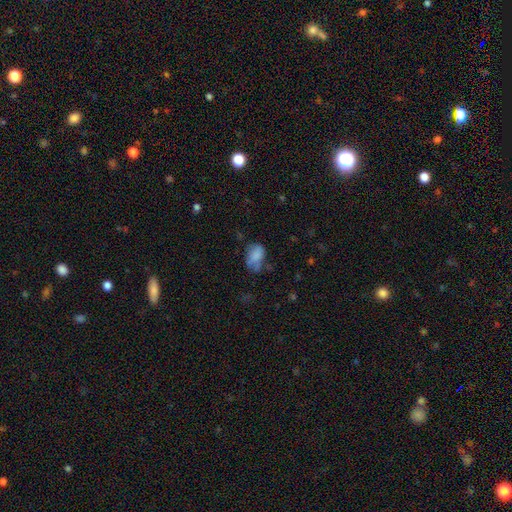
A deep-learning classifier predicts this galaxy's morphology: smooth 74%, featured or disk 15%, star or artifact 11%. Down the decision tree: how rounded — in between (83%); merging — none (40%).